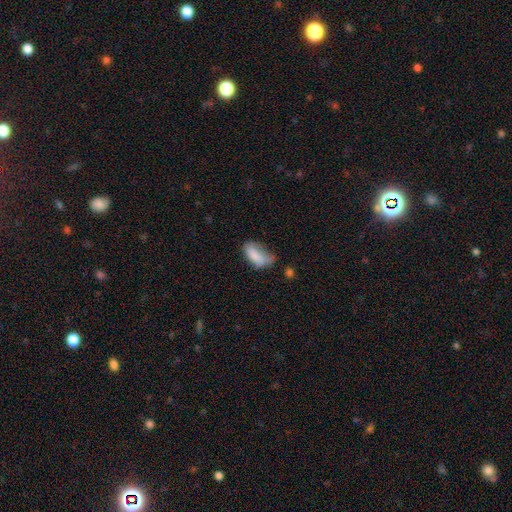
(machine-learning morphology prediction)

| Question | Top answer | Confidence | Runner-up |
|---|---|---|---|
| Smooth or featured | smooth | 79% | featured or disk (13%) |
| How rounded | in between | 89% | cigar-shaped (8%) |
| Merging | minor disturbance | 37% | none (34%) |